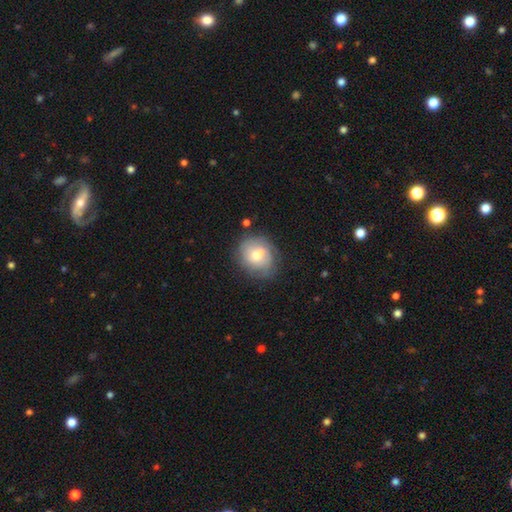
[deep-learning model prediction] Smooth or featured: smooth — 56% (featured or disk — 36%)
How rounded: round — 66% (in between — 33%)
Merging: none — 57% (minor disturbance — 21%)